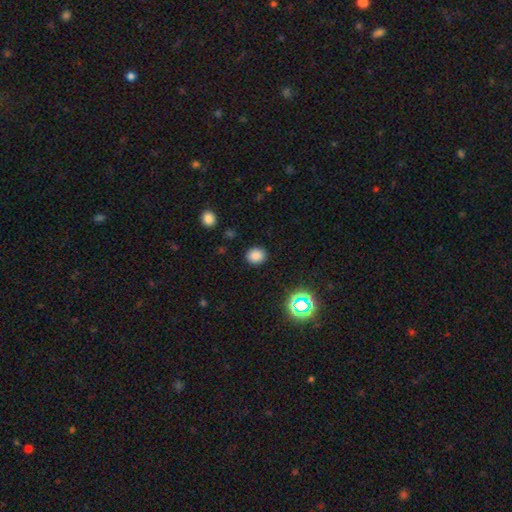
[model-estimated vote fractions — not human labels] smooth_or_featured: smooth (p=0.82) [alt: star or artifact p=0.14]
how_rounded: round (p=0.62) [alt: in between p=0.37]
merging: none (p=0.89) [alt: minor disturbance p=0.07]